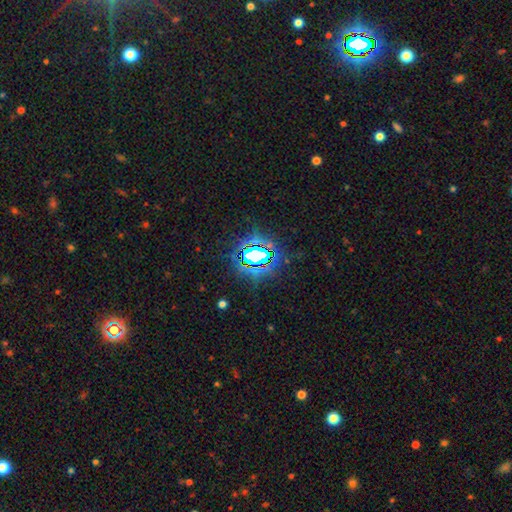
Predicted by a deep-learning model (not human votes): Q: Smooth or featured?
A: star or artifact (75%); runner-up: smooth (14%)